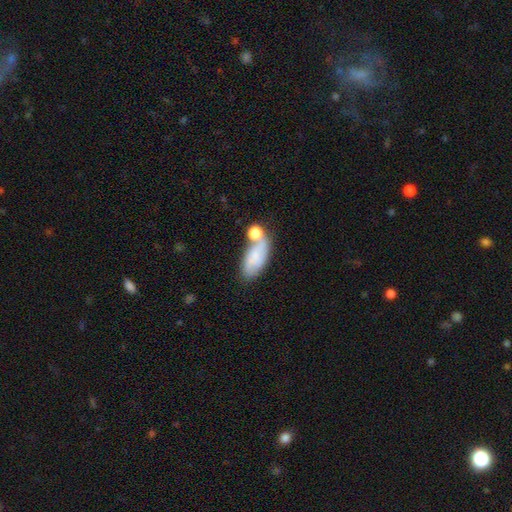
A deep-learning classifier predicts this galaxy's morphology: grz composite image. It shows a smooth galaxy with no disk features (61%) that is in between round and cigar-shaped (84%). Merging: none (46%).